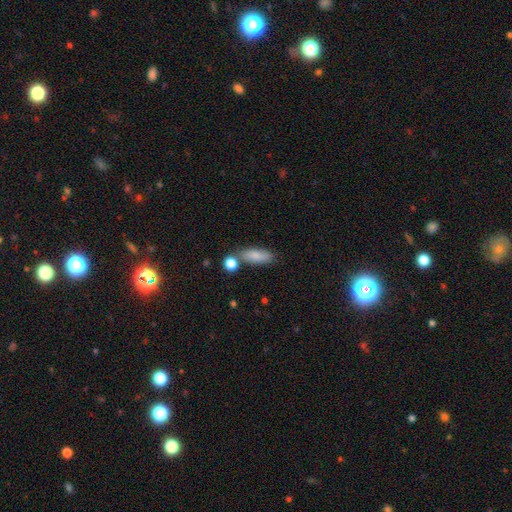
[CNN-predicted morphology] Smooth or featured: smooth — 82% (featured or disk — 11%)
How rounded: in between — 74% (cigar-shaped — 23%)
Merging: none — 66% (minor disturbance — 16%)